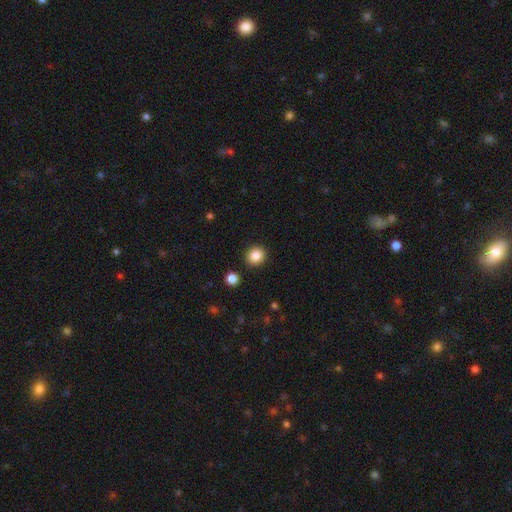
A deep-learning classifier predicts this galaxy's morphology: Smooth or featured? smooth (86%)
How rounded? round (84%)
Merging? none (91%)